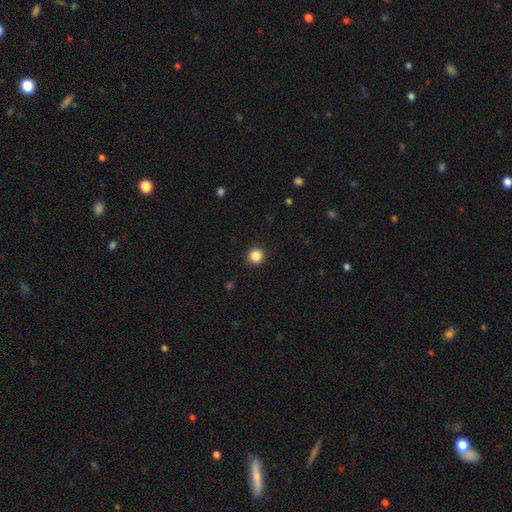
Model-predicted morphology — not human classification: Smooth or featured?
  - smooth: 86% *
  - star or artifact: 11%
  - featured or disk: 3%
How rounded?
  - round: 95% *
  - in between: 4%
  - cigar-shaped: 1%
Merging?
  - none: 93% *
  - minor disturbance: 5%
  - major disturbance: 2%
  - merger: 1%